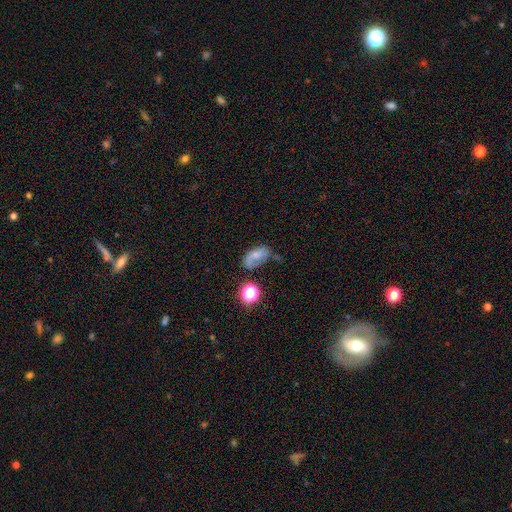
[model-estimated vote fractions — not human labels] Overall: smooth (56%; featured or disk 30%). How rounded: in between (86%). Merging: none (43%; minor disturbance 30%).